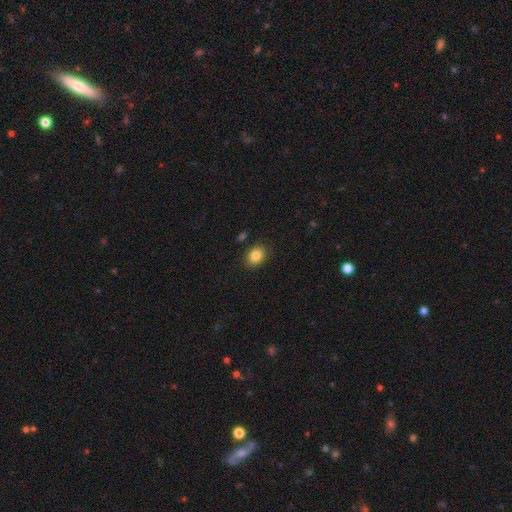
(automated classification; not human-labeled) smooth_or_featured: smooth (p=0.84) [alt: star or artifact p=0.10]
how_rounded: in between (p=0.52) [alt: round p=0.47]
merging: none (p=0.87) [alt: minor disturbance p=0.09]